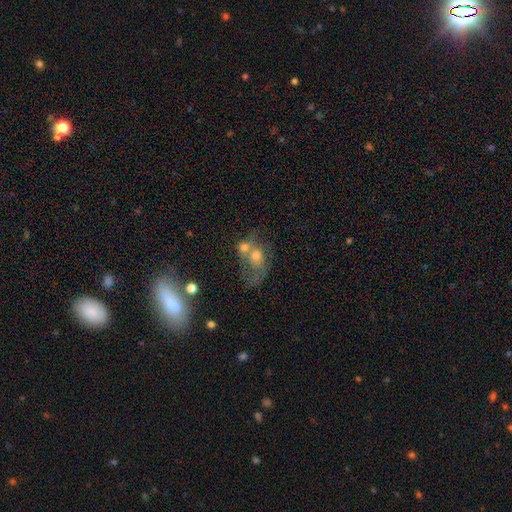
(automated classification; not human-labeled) Smooth or featured: featured or disk — 45% (smooth — 39%)
Merging: merger — 37% (none — 28%)